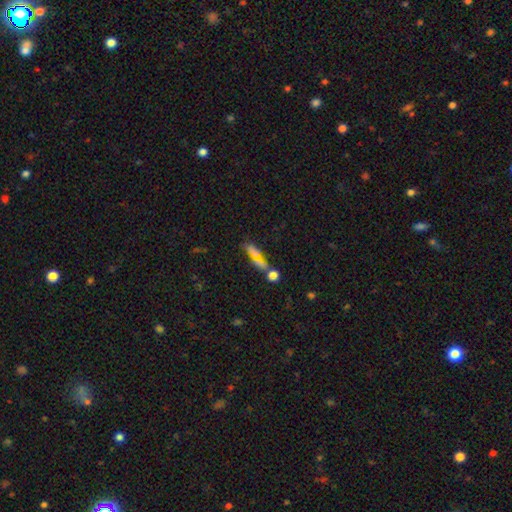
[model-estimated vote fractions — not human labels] smooth_or_featured: smooth (p=0.51) [alt: featured or disk p=0.31]
how_rounded: cigar-shaped (p=0.60) [alt: in between p=0.30]
merging: none (p=0.53) [alt: merger p=0.23]